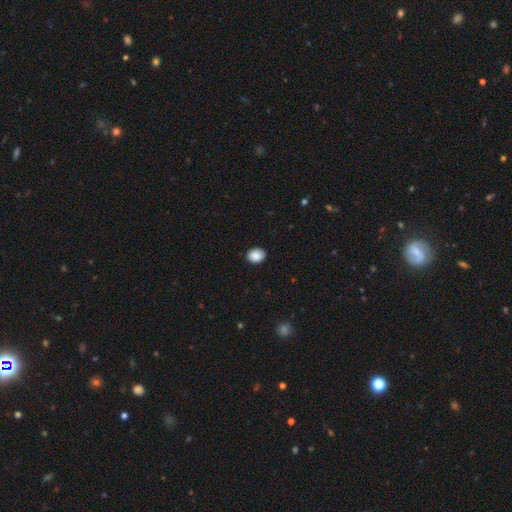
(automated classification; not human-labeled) Q: Smooth or featured?
A: smooth (89%); runner-up: star or artifact (8%)
Q: How rounded?
A: round (54%); runner-up: in between (45%)
Q: Merging?
A: none (89%); runner-up: minor disturbance (8%)